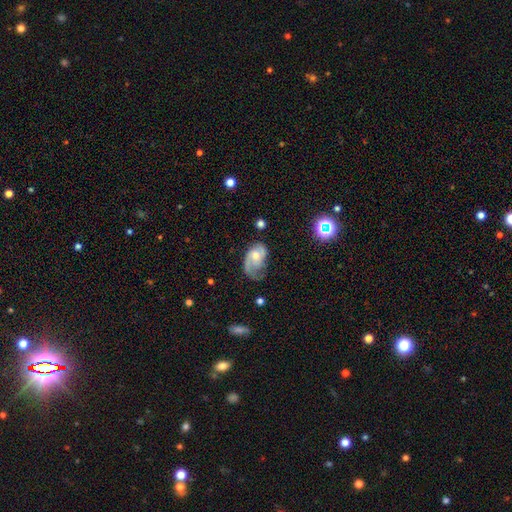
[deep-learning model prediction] A featured or disk galaxy (65%) with no bar (69%), 2 (51%) medium (41%) spiral arms (86%) and a moderate central bulge (55%).

Vote fractions:
- Smooth or featured? featured or disk: 65% / smooth: 27% / star or artifact: 8%
- Edge-on disk? no: 96% / yes: 4%
- Bar? no: 69% / weak: 27% / strong: 5%
- Spiral arms? yes: 86% / no: 14%
- Spiral winding? medium: 41% / loose: 33% / tight: 26%
- Spiral arm count? 2: 51% / 1: 29% / can't tell: 14% / 3: 3% / 4: 1% / more than 4: 1%
- Bulge size? moderate: 55% / small: 36% / large: 5% / none: 3% / dominant: 1%
- Merging? none: 38% / minor disturbance: 30% / major disturbance: 29% / merger: 3%